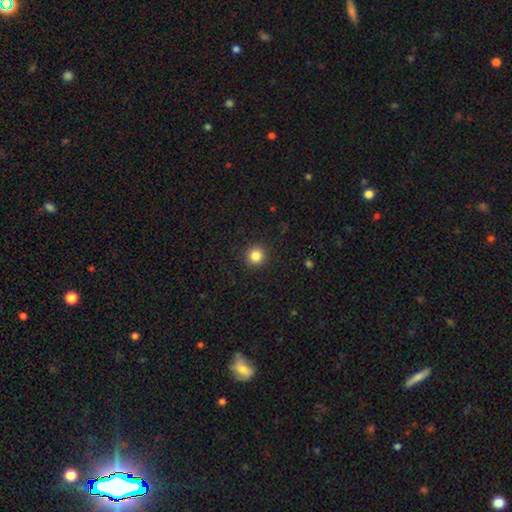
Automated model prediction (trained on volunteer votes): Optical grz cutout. It shows a smooth galaxy with no disk features (84%) that is round (94%). Merging: none (92%).